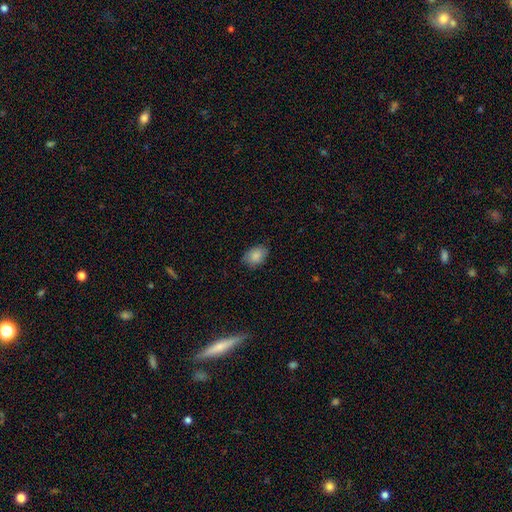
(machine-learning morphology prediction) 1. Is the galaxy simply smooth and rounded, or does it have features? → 85% smooth, 8% star or artifact, 7% featured or disk.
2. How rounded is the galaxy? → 76% in between, 23% round, 1% cigar-shaped.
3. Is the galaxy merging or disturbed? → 78% none, 18% minor disturbance, 3% major disturbance, 1% merger.